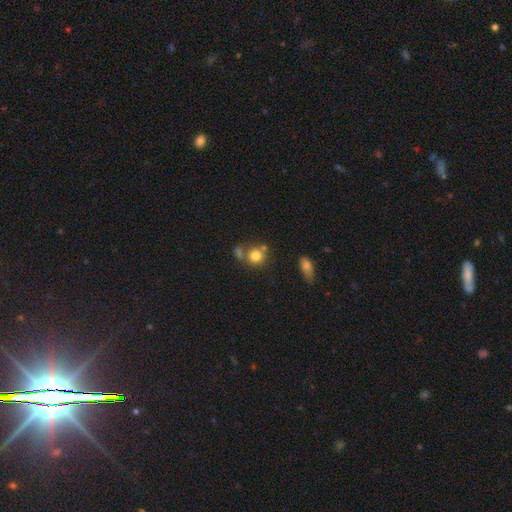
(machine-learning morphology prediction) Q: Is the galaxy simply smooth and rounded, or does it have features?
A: smooth — 79%.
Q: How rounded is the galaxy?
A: round — 85%.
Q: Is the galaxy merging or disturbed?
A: none — 56%.